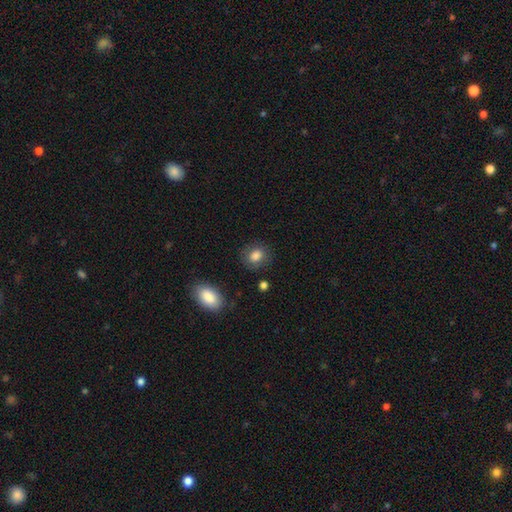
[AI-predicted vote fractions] A smooth galaxy with no disk features (83%) that is round (54%). Merging: none (79%).